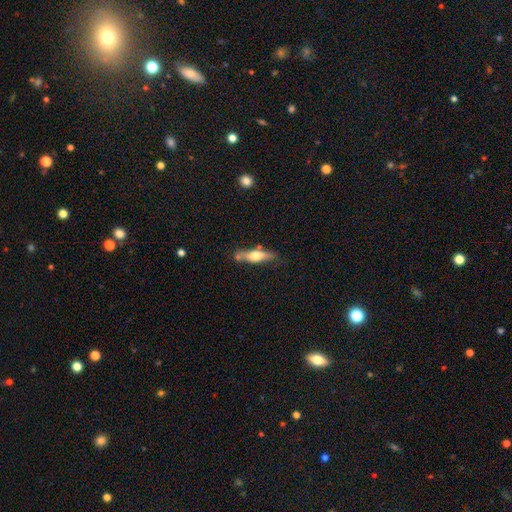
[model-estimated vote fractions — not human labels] The model was most divided on "smooth or featured": smooth: 52%, featured or disk: 42%, star or artifact: 6%. More confident: how rounded — cigar-shaped (66%); merging — none (66%).